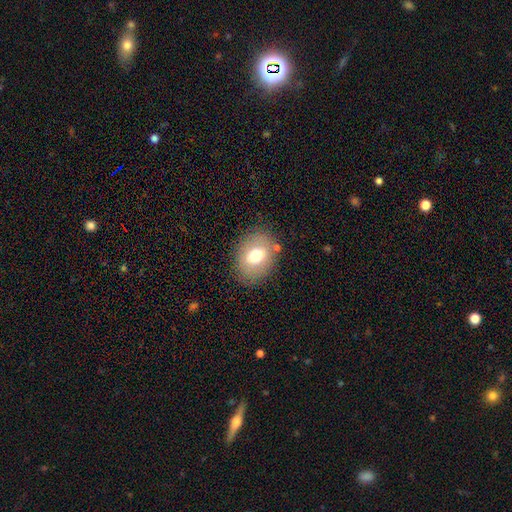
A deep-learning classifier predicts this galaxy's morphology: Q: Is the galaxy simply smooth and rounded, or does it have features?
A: smooth — 68%.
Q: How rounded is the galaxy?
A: in between — 59%.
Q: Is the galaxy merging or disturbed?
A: none — 81%.